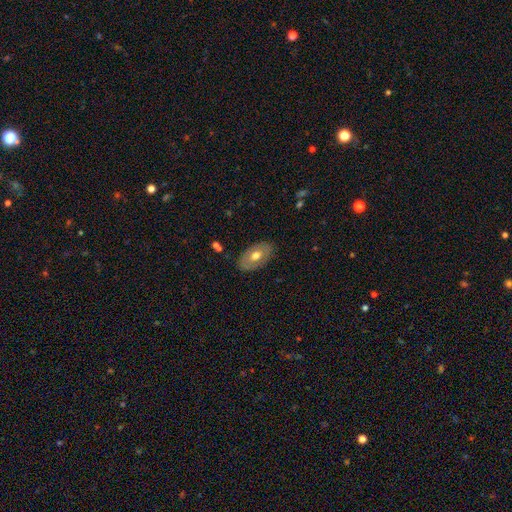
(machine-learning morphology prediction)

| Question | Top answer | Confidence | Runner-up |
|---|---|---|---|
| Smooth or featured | smooth | 53% | featured or disk (41%) |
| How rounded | in between | 91% | round (8%) |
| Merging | none | 83% | minor disturbance (12%) |